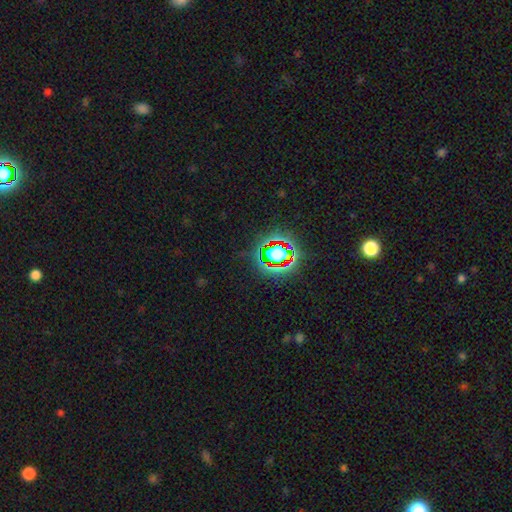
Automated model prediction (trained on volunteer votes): Overall: star or artifact (78%).